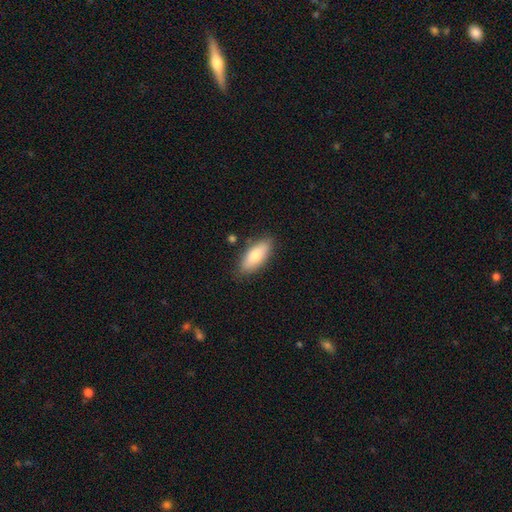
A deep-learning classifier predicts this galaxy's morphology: Smooth or featured? Predicted: smooth (p=0.75). How rounded? Predicted: in between (p=0.79). Merging? Predicted: none (p=0.83).